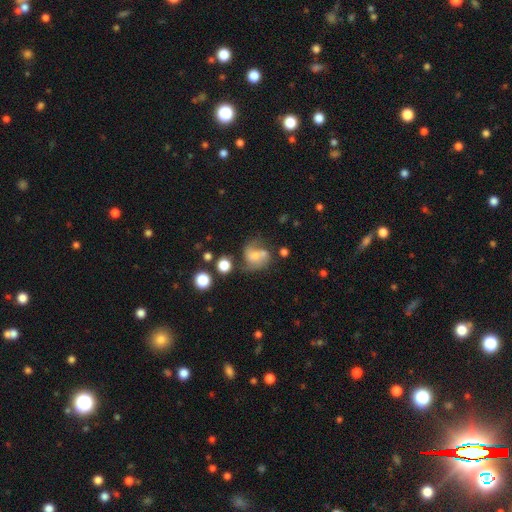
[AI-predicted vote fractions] Morphology: type=featured or disk (49%); merging=none (39%).